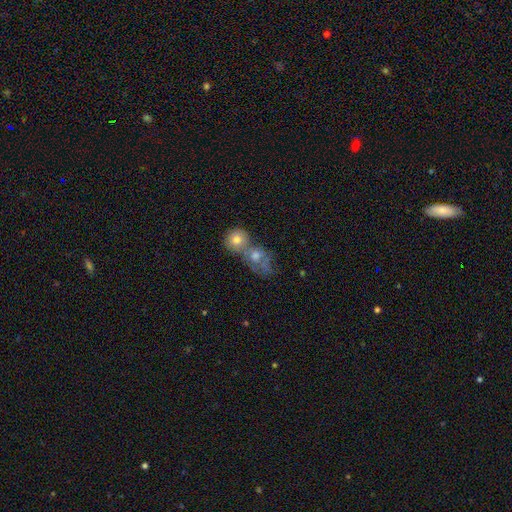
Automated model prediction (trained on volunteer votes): The model was most divided on "how rounded": round: 60%, in between: 37%, cigar-shaped: 3%. More confident: merging — merger (60%); smooth or featured — smooth (58%).